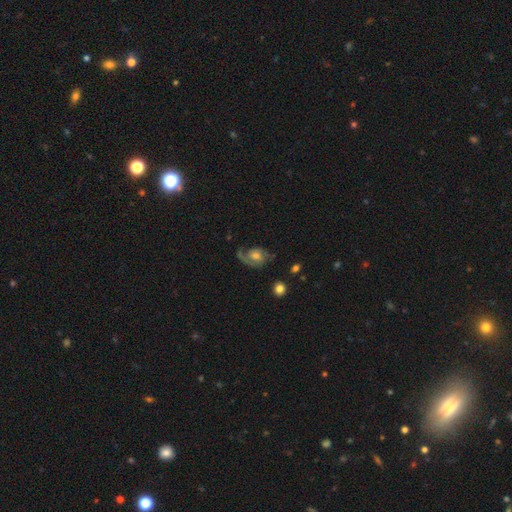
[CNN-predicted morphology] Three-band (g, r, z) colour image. It shows a featured or disk galaxy (71%) with no bar (74%), 1 (57%) medium (39%) spiral arms (89%) and a moderate central bulge (58%). Merging: none (52%).